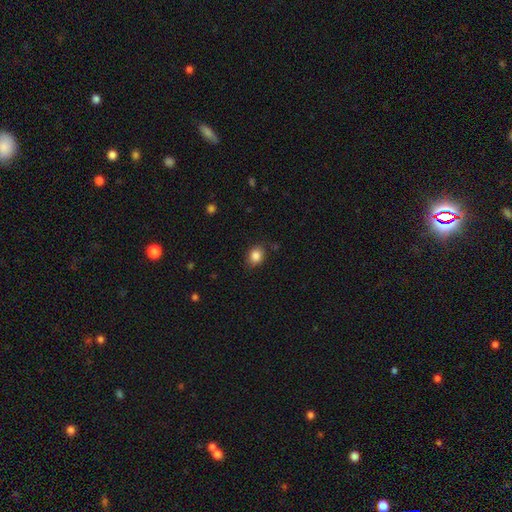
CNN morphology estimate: The model was most divided on "how rounded": in between: 52%, round: 47%, cigar-shaped: 1%. More confident: smooth or featured — smooth (85%); merging — none (79%).